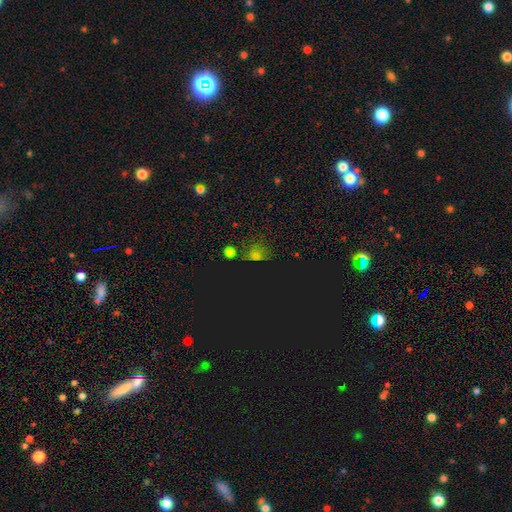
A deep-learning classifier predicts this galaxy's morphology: Q: Smooth or featured?
A: star or artifact (58%); runner-up: smooth (34%)